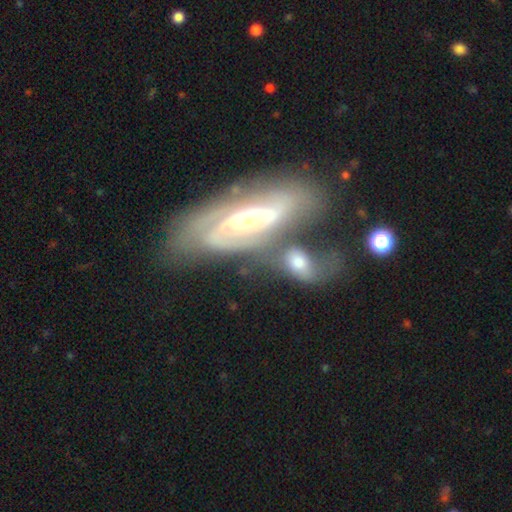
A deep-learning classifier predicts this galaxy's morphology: Q: Smooth or featured?
A: featured or disk (85%); runner-up: smooth (10%)
Q: Edge-on disk?
A: no (89%); runner-up: yes (11%)
Q: Bar?
A: weak (37%); runner-up: no (35%)
Q: Spiral arms?
A: yes (91%); runner-up: no (9%)
Q: Spiral winding?
A: tight (55%); runner-up: medium (34%)
Q: Spiral arm count?
A: 2 (63%); runner-up: can't tell (22%)
Q: Bulge size?
A: small (49%); runner-up: moderate (46%)
Q: Merging?
A: none (52%); runner-up: merger (25%)